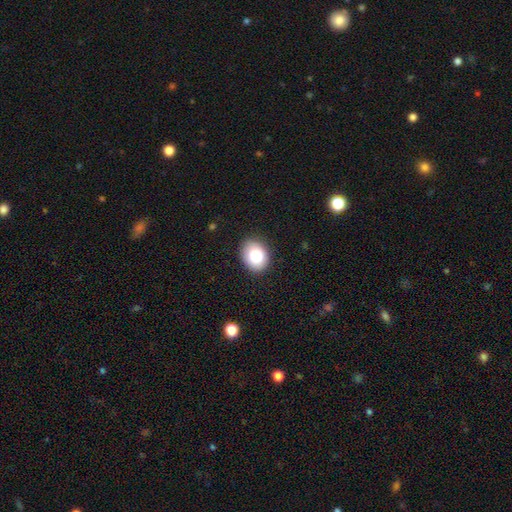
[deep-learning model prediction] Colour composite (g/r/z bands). It shows a smooth galaxy with no disk features (85%) that is in between round and cigar-shaped (63%). Merging: none (87%).